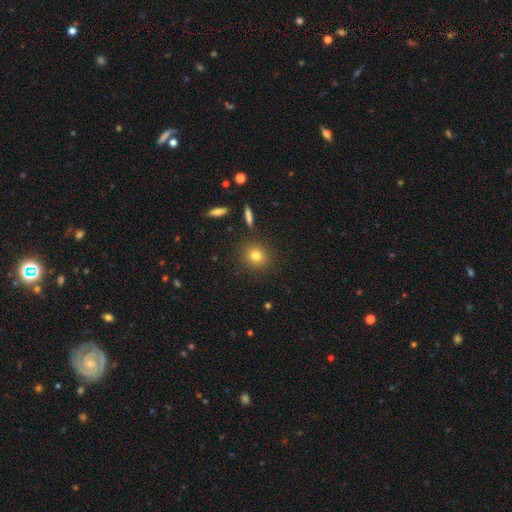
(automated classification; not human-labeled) Q: Smooth or featured?
A: smooth (79%); runner-up: star or artifact (13%)
Q: How rounded?
A: round (87%); runner-up: in between (12%)
Q: Merging?
A: none (89%); runner-up: minor disturbance (7%)